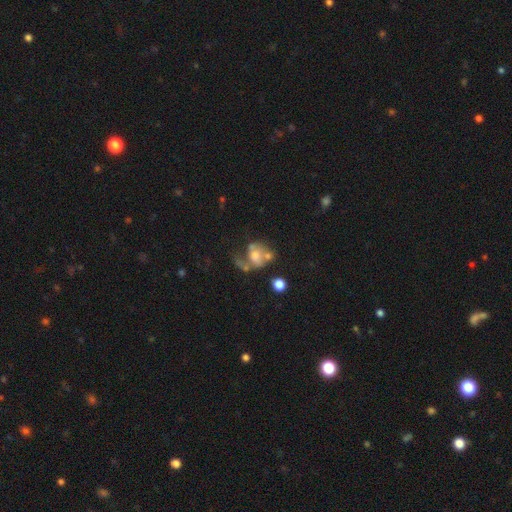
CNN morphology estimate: The model was most divided on "smooth or featured": featured or disk: 48%, smooth: 41%, star or artifact: 11%. Remaining: merging — major disturbance (37%).